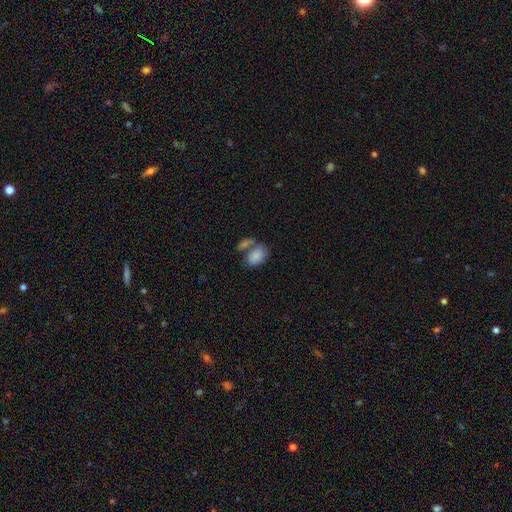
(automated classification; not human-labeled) The model was most divided on "merging": merger: 43%, none: 36%, minor disturbance: 14%, major disturbance: 7%. More confident: how rounded — in between (87%); smooth or featured — smooth (82%).